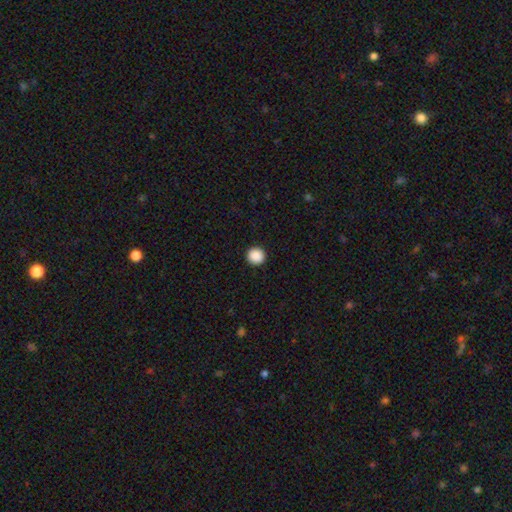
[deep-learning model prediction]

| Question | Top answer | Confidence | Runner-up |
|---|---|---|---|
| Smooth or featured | smooth | 89% | star or artifact (9%) |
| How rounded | round | 95% | in between (4%) |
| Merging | none | 93% | minor disturbance (4%) |